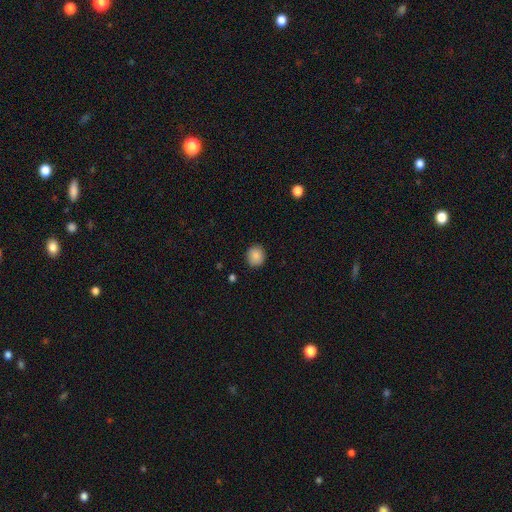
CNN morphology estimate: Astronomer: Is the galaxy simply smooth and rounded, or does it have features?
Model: smooth — 87%.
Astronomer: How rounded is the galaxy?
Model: round — 82%.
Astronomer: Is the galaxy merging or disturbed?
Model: none — 89%.